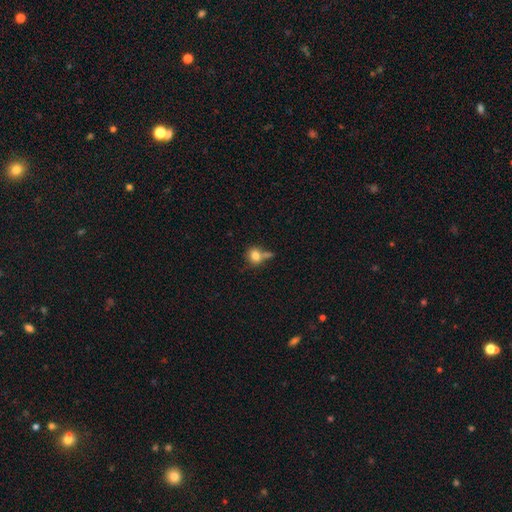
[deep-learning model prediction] This is likely a smooth galaxy (78%). How rounded: likely round (75%). Merging: possibly none (47%).